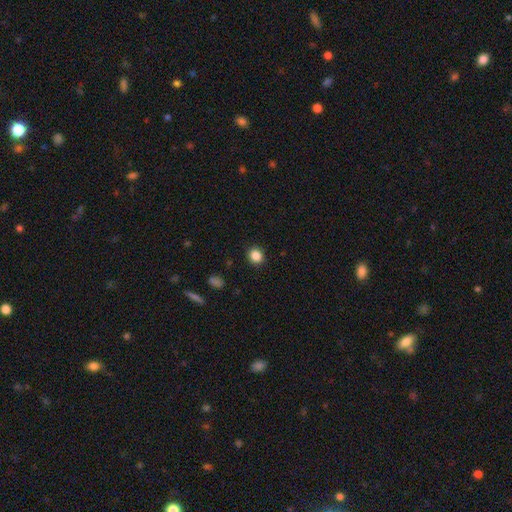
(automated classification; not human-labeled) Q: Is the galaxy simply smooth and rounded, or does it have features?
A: smooth — 85%.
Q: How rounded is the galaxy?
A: round — 86%.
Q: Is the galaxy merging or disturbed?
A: none — 91%.